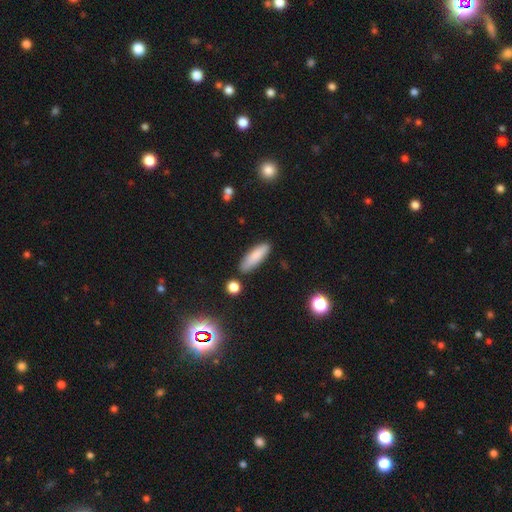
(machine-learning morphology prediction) A smooth galaxy with no disk features (84%) that is cigar-shaped (52%). Merging: none (82%).